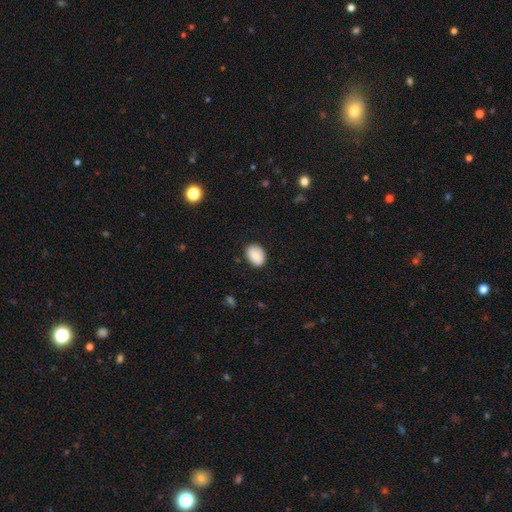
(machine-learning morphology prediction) Smooth or featured?
  - smooth: 89% *
  - star or artifact: 7%
  - featured or disk: 4%
How rounded?
  - in between: 74% *
  - round: 25%
  - cigar-shaped: 1%
Merging?
  - none: 86% *
  - minor disturbance: 11%
  - major disturbance: 2%
  - merger: 1%